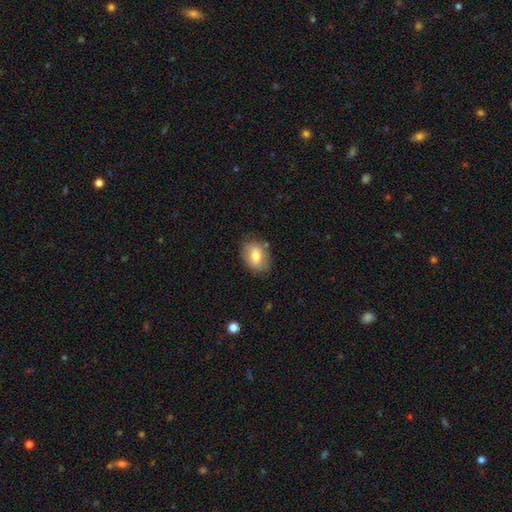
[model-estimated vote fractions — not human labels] Overall: smooth (70%). How rounded: in between (73%). Merging: none (79%).